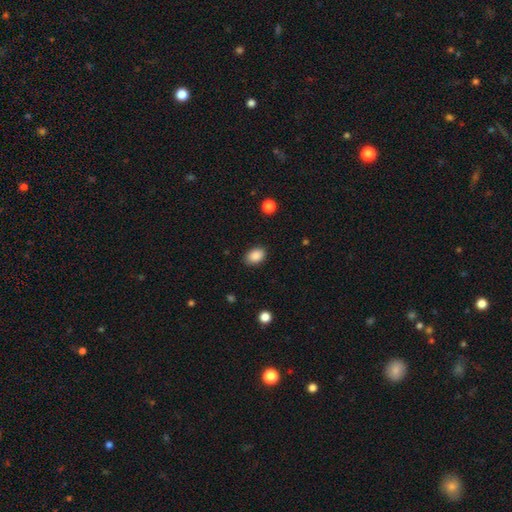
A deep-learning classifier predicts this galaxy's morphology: smooth_or_featured: smooth (p=0.88) [alt: star or artifact p=0.08]
how_rounded: in between (p=0.82) [alt: round p=0.17]
merging: none (p=0.86) [alt: minor disturbance p=0.10]